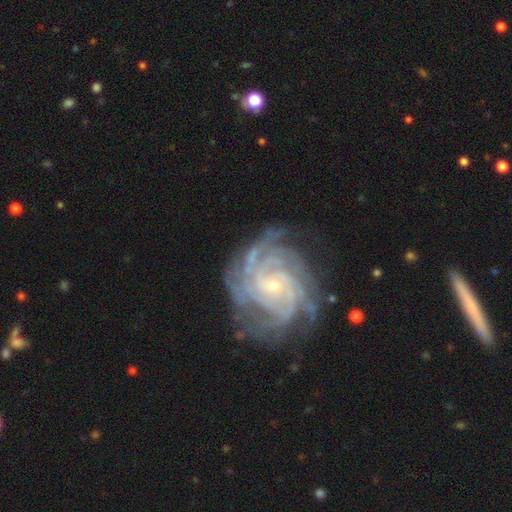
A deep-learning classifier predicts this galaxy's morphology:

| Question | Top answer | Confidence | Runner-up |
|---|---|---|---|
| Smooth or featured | featured or disk | 90% | star or artifact (6%) |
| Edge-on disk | no | 98% | yes (2%) |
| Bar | no | 67% | weak (25%) |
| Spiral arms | yes | 98% | no (2%) |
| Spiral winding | tight | 73% | medium (23%) |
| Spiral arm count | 4 | 26% | more than 4 (24%) |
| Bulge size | small | 77% | moderate (20%) |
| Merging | none | 77% | minor disturbance (15%) |